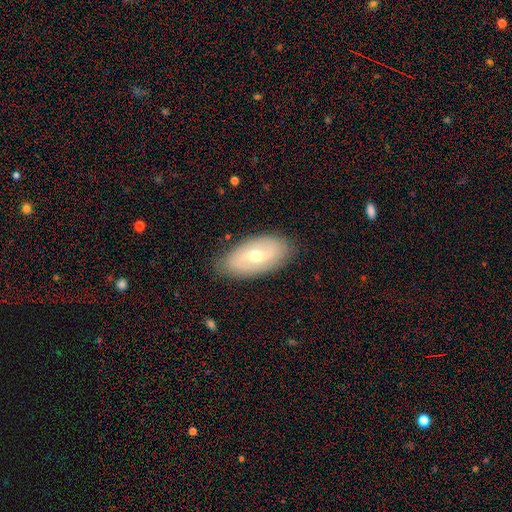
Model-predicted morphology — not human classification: This is likely a featured or disk galaxy (61%). It is clearly not viewed edge-on (90%). Bar: possibly weak (46%). Spiral arm pattern: likely yes (70%). Central bulge: possibly small (50%). Merging: clearly none (85%).